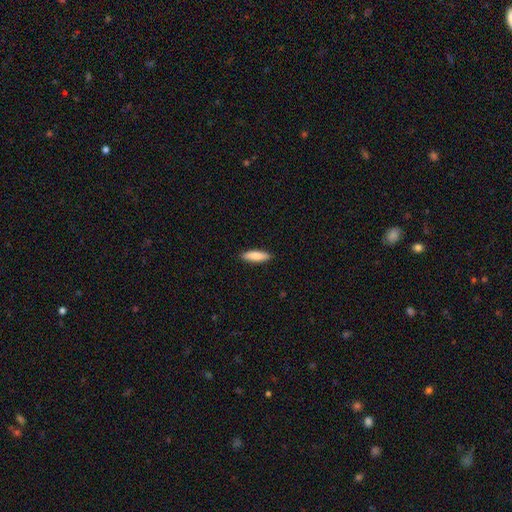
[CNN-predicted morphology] Overall: smooth (83%). How rounded: cigar-shaped (59%; in between 40%). Merging: none (90%).